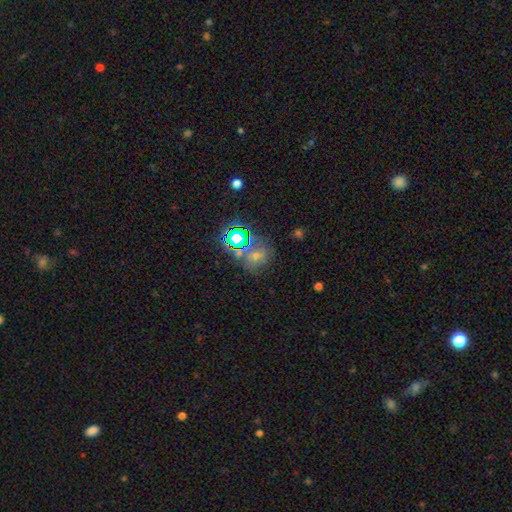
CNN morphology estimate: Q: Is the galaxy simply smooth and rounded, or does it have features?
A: star or artifact — 58%.